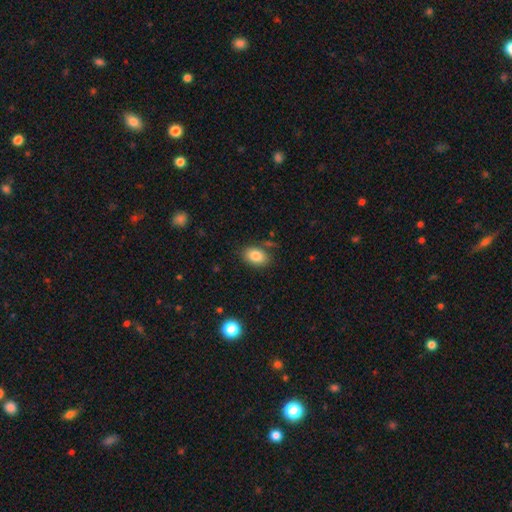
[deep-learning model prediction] Smooth or featured? Predicted: smooth (p=0.84). How rounded? Predicted: in between (p=0.86). Merging? Predicted: none (p=0.80).